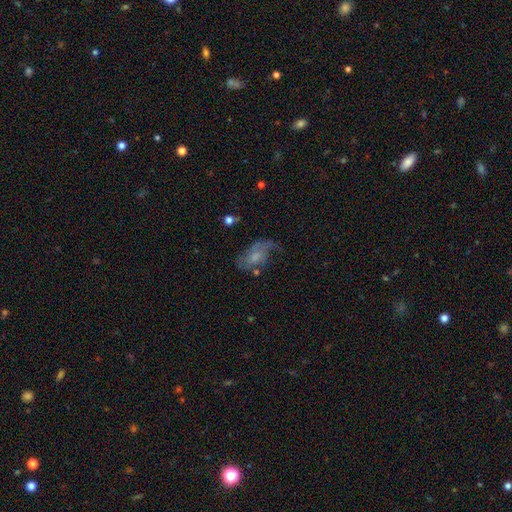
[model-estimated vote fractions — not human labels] The model was most divided on "merging": none: 40%, major disturbance: 29%, minor disturbance: 27%, merger: 4%. Remaining: edge-on disk — no (95%); spiral arms — yes (72%); bar — no (65%); smooth or featured — featured or disk (54%); bulge size — small (43%).